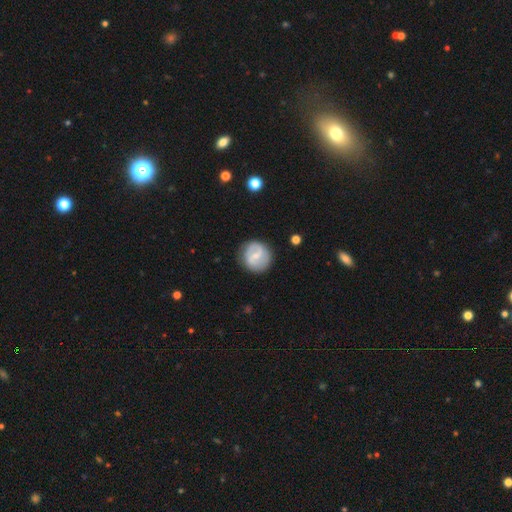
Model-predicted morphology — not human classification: Smooth or featured? Predicted: featured or disk (p=0.58). Edge-on disk? Predicted: no (p=0.97). Bar? Predicted: weak (p=0.53). Spiral arms? Predicted: yes (p=0.72). Bulge size? Predicted: small (p=0.60). Merging? Predicted: none (p=0.81).